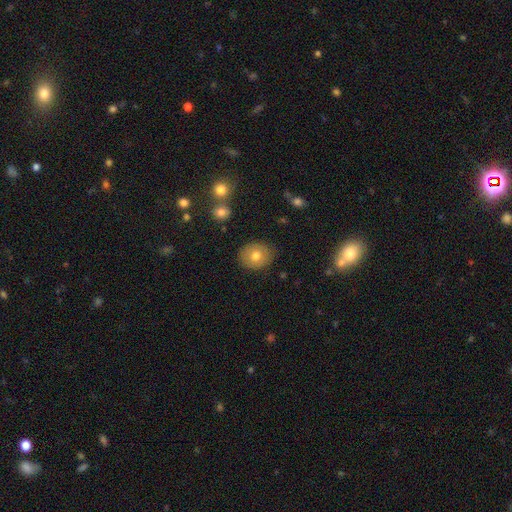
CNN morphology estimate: type=smooth (73%); roundness=round (67%); merging=none (85%).